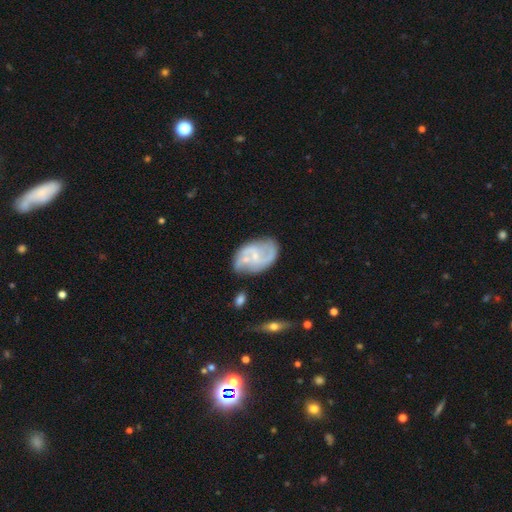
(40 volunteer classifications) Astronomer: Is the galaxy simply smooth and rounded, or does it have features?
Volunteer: featured or disk — 82%.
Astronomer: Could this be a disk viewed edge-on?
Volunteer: no — 97%.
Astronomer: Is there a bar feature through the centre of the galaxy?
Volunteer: no — 50% (runner-up: weak, 47%).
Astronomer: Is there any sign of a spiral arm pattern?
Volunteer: yes — 100%.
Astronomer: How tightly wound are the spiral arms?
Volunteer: medium — 56%.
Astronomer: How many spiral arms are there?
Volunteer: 2 — 81%.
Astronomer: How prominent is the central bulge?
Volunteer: small — 75%.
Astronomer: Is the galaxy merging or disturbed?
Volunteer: none — 36% (runner-up: merger, 33%).